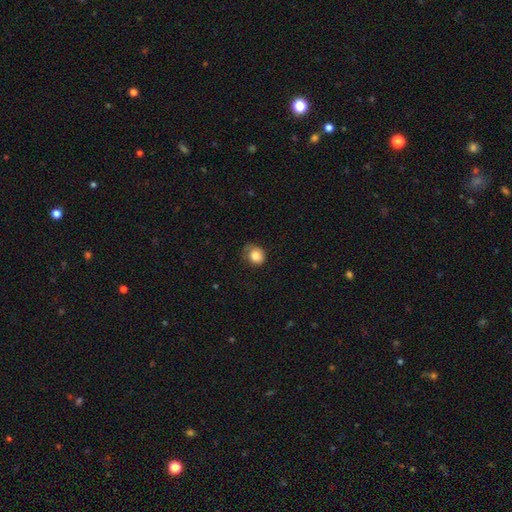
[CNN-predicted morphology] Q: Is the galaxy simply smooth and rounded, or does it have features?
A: smooth — 85%.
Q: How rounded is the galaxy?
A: round — 66%.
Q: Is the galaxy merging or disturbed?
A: none — 54%.